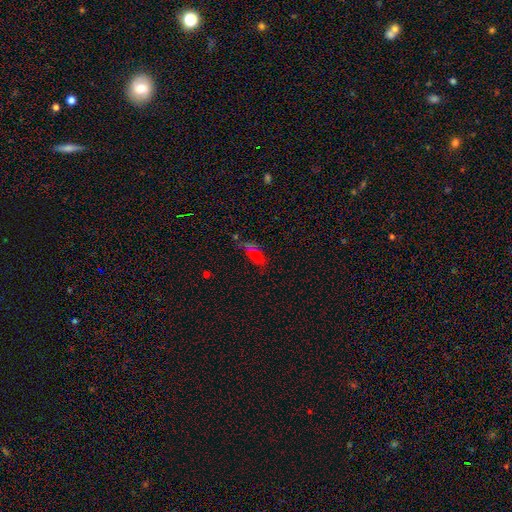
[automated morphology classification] smooth-or-featured: smooth: 59% | star or artifact: 25% | featured or disk: 16%
  how-rounded: in between: 67% | cigar-shaped: 27% | round: 7%
  merging: none: 49% | minor disturbance: 24% | major disturbance: 14% | merger: 13%